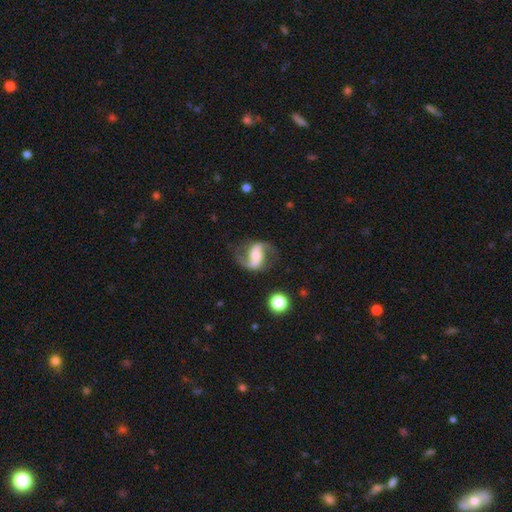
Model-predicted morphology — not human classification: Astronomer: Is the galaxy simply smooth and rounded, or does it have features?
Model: featured or disk — 86%.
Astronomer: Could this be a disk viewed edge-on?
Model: no — 97%.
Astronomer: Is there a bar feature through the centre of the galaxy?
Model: strong — 44% (runner-up: weak, 33%).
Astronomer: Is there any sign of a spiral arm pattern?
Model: yes — 96%.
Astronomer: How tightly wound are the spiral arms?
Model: loose — 57% (runner-up: medium, 36%).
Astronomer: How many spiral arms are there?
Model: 2 — 93%.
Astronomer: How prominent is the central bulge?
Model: moderate — 28% (runner-up: large, 23%).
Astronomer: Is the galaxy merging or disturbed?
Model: none — 74%.